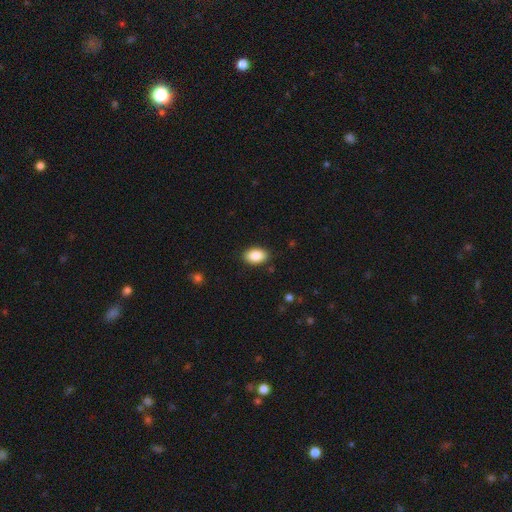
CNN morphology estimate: Smooth or featured? Predicted: smooth (p=0.88). How rounded? Predicted: in between (p=0.90). Merging? Predicted: none (p=0.88).